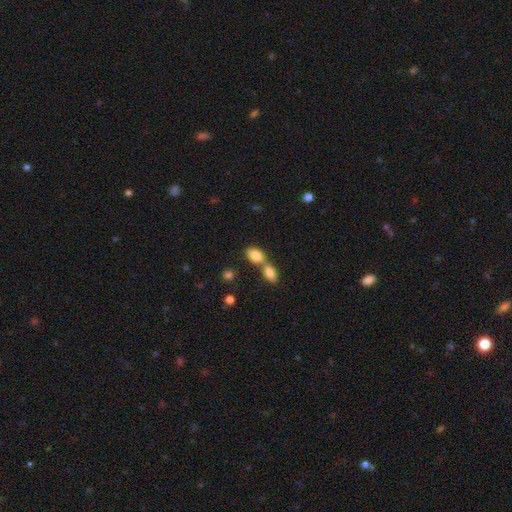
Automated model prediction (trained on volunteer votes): Smooth or featured?
  - smooth: 83% *
  - featured or disk: 9%
  - star or artifact: 8%
How rounded?
  - in between: 88% *
  - round: 9%
  - cigar-shaped: 3%
Merging?
  - merger: 58% *
  - none: 32%
  - minor disturbance: 8%
  - major disturbance: 3%